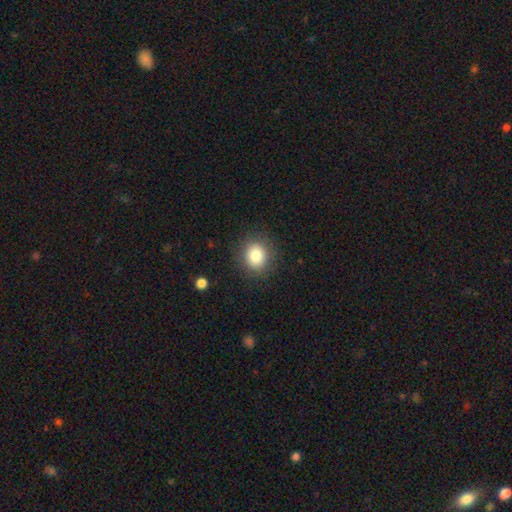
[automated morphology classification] smooth-or-featured: smooth: 82% | star or artifact: 10% | featured or disk: 8%
  how-rounded: round: 75% | in between: 24% | cigar-shaped: 1%
  merging: none: 88% | minor disturbance: 8% | major disturbance: 3% | merger: 1%